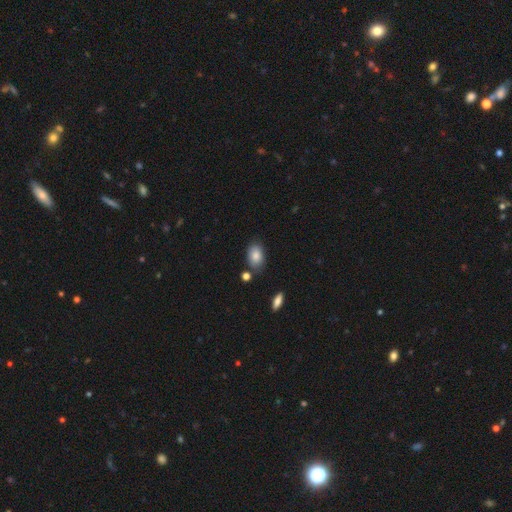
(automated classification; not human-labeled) Smooth or featured? smooth (84%)
How rounded? in between (88%)
Merging? none (75%)